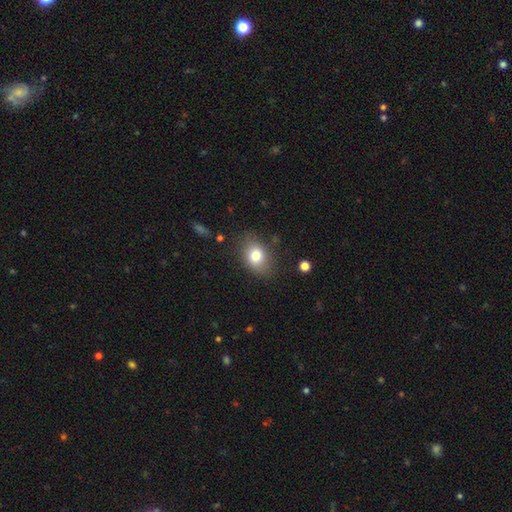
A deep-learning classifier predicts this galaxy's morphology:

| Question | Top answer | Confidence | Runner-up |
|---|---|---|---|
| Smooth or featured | smooth | 78% | featured or disk (12%) |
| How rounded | in between | 71% | round (28%) |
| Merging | none | 77% | minor disturbance (16%) |